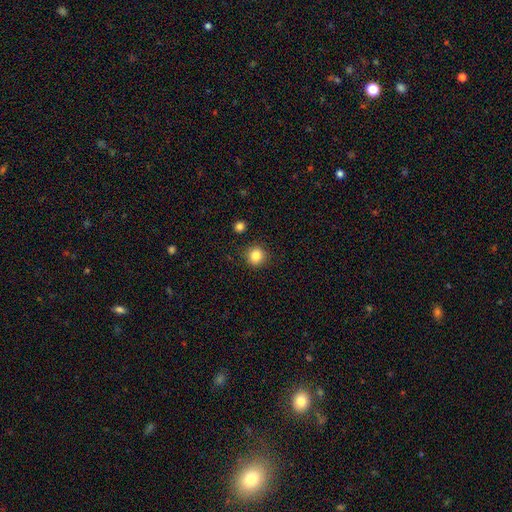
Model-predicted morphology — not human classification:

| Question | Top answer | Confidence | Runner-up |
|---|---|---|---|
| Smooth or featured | smooth | 84% | star or artifact (11%) |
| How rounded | round | 90% | in between (9%) |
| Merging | none | 89% | minor disturbance (7%) |